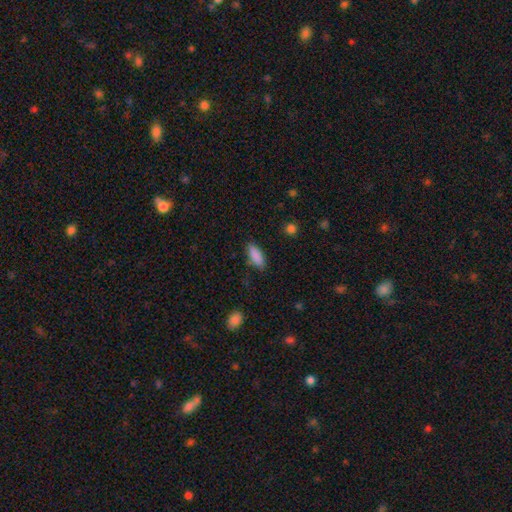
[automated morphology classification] smooth_or_featured: smooth (p=0.88) [alt: star or artifact p=0.07]
how_rounded: in between (p=0.75) [alt: cigar-shaped p=0.23]
merging: none (p=0.83) [alt: minor disturbance p=0.13]